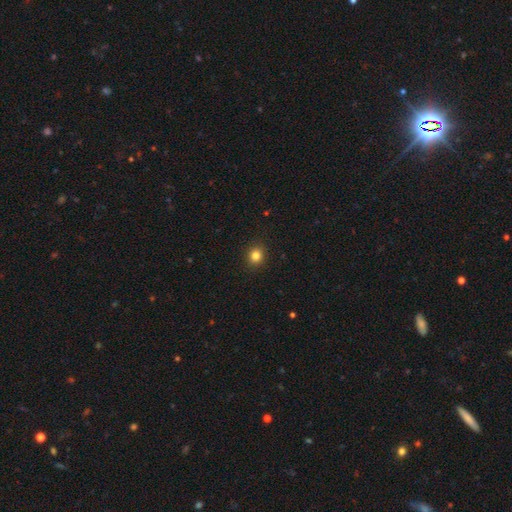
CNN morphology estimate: This is clearly a smooth galaxy (83%). How rounded: likely round (80%). Merging: clearly none (92%).